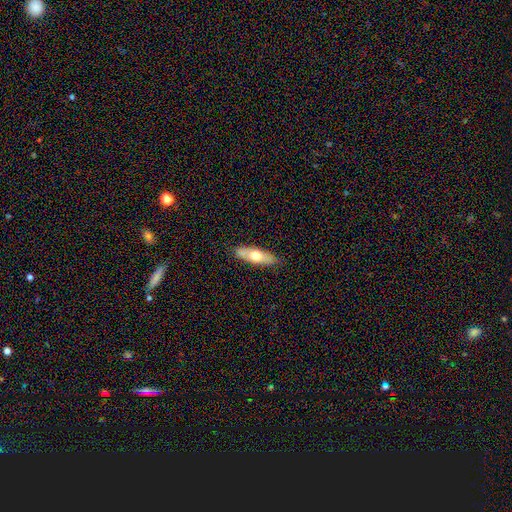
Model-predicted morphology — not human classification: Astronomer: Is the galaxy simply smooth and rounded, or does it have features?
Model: smooth — 58% (runner-up: featured or disk, 37%).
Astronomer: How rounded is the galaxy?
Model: in between — 56% (runner-up: cigar-shaped, 41%).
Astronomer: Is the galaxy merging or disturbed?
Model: none — 84%.